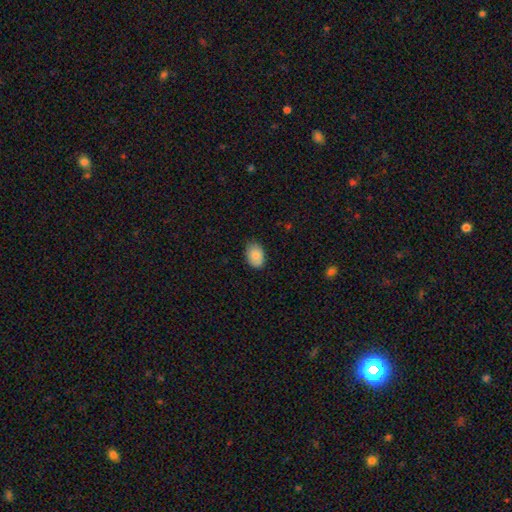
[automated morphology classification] Smooth or featured?
  - smooth: 86% *
  - featured or disk: 7%
  - star or artifact: 7%
How rounded?
  - in between: 83% *
  - round: 16%
  - cigar-shaped: 1%
Merging?
  - none: 80% *
  - minor disturbance: 17%
  - major disturbance: 3%
  - merger: 1%